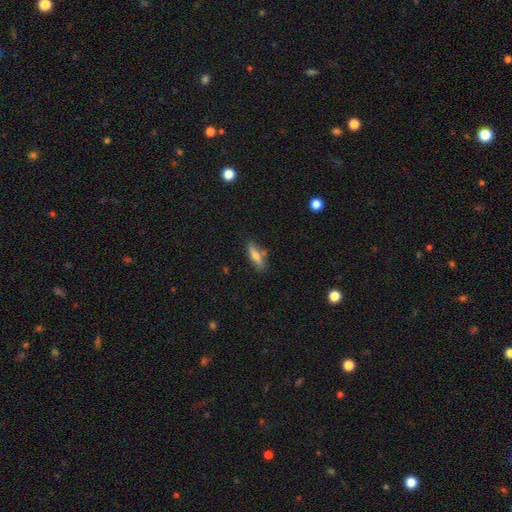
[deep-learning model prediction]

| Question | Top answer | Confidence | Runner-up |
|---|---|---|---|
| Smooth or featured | smooth | 65% | featured or disk (27%) |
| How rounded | cigar-shaped | 61% | in between (37%) |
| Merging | none | 77% | minor disturbance (14%) |